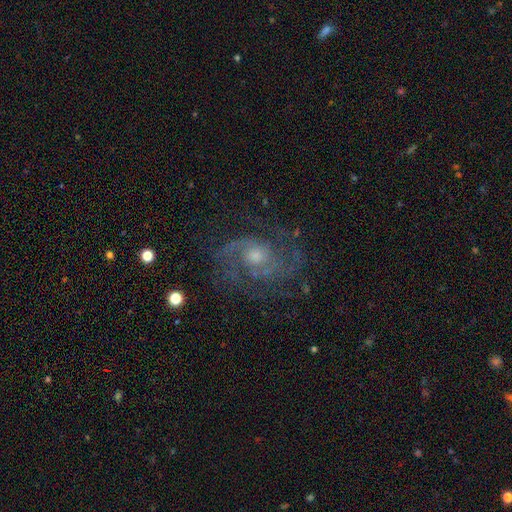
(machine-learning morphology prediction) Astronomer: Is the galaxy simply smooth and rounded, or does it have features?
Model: featured or disk — 86%.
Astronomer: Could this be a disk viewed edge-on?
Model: no — 98%.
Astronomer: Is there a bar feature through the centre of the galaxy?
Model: no — 68%.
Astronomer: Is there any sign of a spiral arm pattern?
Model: yes — 96%.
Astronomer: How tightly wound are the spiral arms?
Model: medium — 51% (runner-up: tight, 33%).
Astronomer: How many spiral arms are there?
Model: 2 — 65%.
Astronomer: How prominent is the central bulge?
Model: moderate — 51% (runner-up: small, 40%).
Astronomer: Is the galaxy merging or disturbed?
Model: none — 71%.